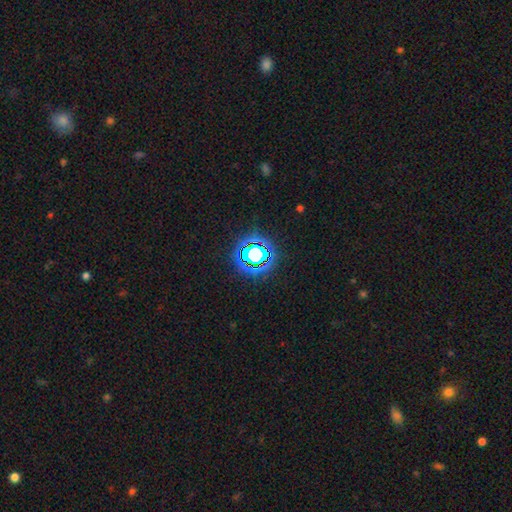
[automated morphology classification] This is likely a star or artifact rather than a galaxy (64%).